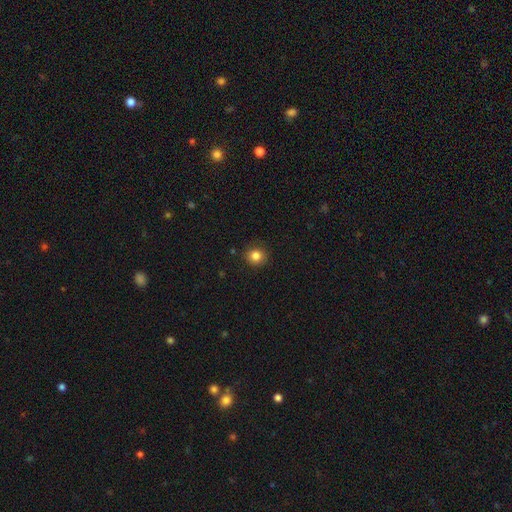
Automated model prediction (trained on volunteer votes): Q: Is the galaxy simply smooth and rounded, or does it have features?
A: smooth — 84%.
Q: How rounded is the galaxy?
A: round — 90%.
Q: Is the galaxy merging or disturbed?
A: none — 89%.